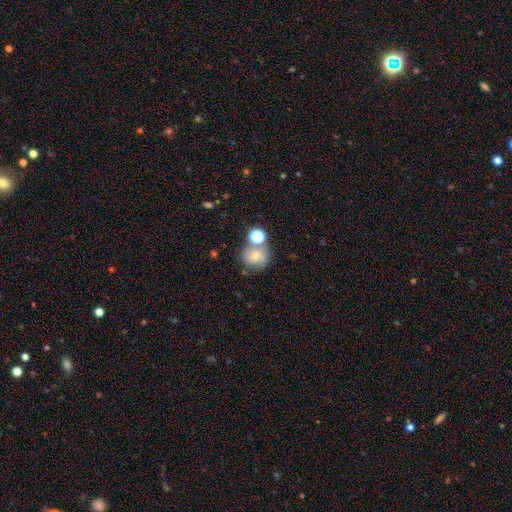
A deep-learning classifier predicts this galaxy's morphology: Smooth or featured? smooth (62%)
How rounded? round (80%)
Merging? none (52%)